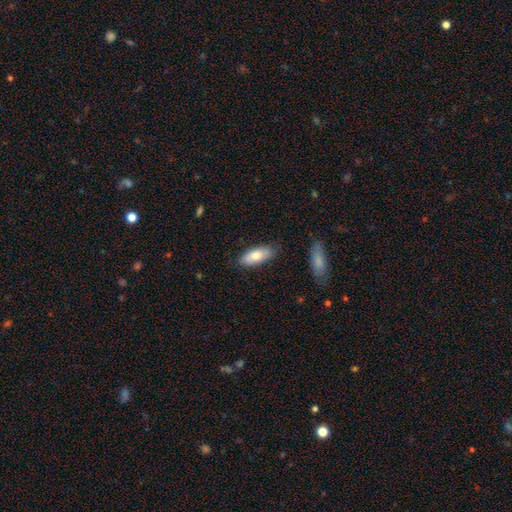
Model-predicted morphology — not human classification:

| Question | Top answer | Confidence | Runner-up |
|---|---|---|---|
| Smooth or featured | smooth | 78% | featured or disk (16%) |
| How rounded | in between | 79% | cigar-shaped (19%) |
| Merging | none | 82% | minor disturbance (14%) |